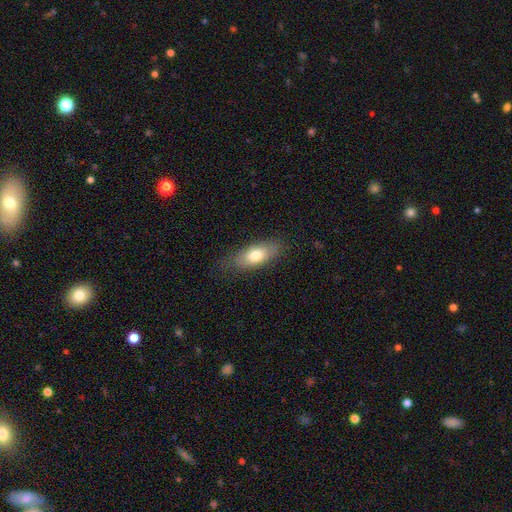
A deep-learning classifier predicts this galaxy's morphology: Smooth or featured? Predicted: smooth (p=0.72). How rounded? Predicted: in between (p=0.80). Merging? Predicted: none (p=0.77).